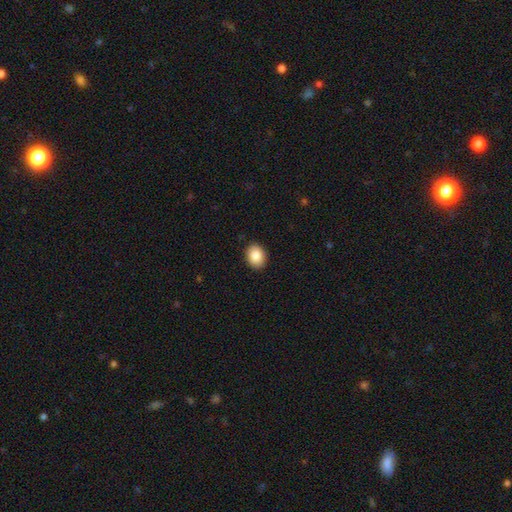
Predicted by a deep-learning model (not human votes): Q: Smooth or featured?
A: smooth (87%); runner-up: star or artifact (8%)
Q: How rounded?
A: in between (60%); runner-up: round (39%)
Q: Merging?
A: none (90%); runner-up: minor disturbance (7%)